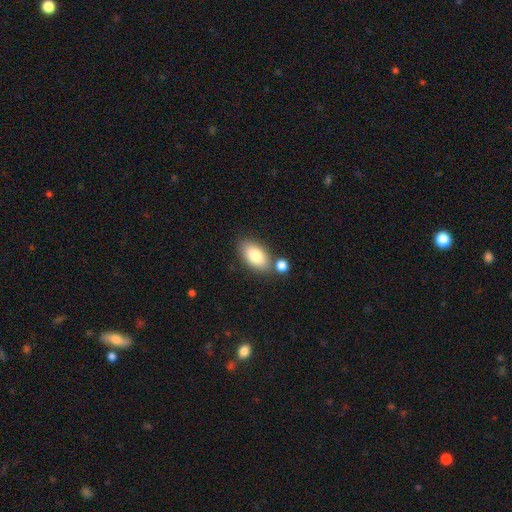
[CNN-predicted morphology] smooth 81%, featured or disk 12%, star or artifact 7%. Down the decision tree: how rounded — in between (93%); merging — none (70%).